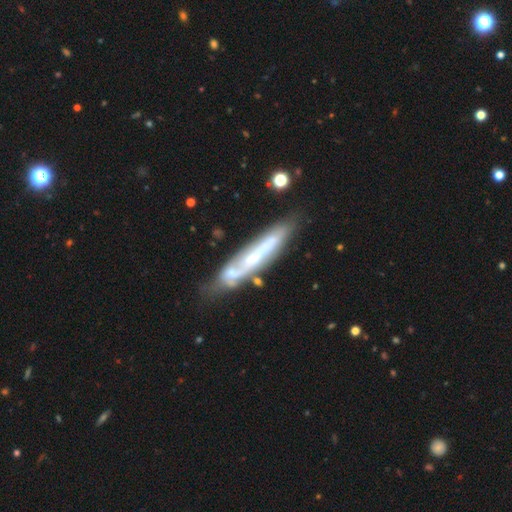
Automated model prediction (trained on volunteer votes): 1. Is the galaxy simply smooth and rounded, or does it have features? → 72% featured or disk, 21% smooth, 7% star or artifact.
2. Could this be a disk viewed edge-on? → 53% yes, 47% no.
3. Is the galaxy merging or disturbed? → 67% none, 19% minor disturbance, 7% merger, 7% major disturbance.